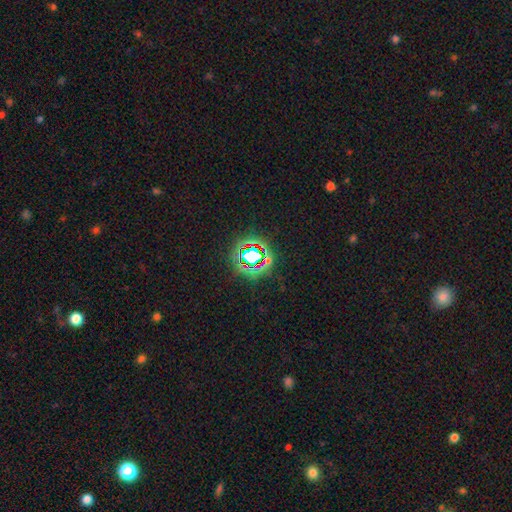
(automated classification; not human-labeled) A star or artifact, not a galaxy (67%).